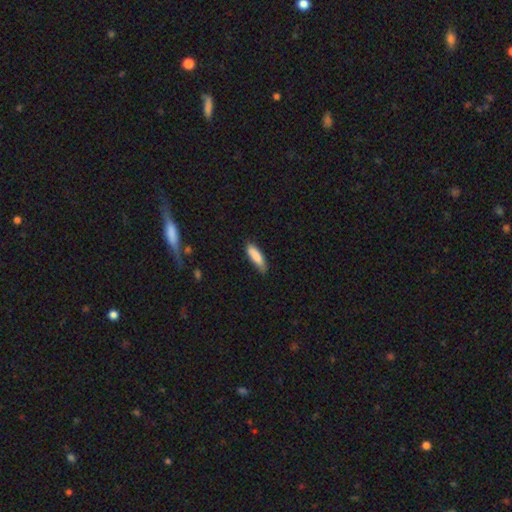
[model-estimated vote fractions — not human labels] Q: Smooth or featured?
A: smooth (86%); runner-up: featured or disk (7%)
Q: How rounded?
A: cigar-shaped (53%); runner-up: in between (46%)
Q: Merging?
A: none (73%); runner-up: minor disturbance (22%)